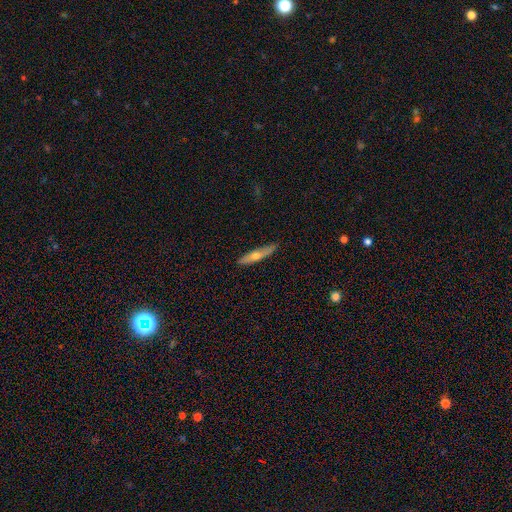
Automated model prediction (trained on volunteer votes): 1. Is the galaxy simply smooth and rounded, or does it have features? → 53% featured or disk, 41% smooth, 7% star or artifact.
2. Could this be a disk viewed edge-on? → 89% yes, 11% no.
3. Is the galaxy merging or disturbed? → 87% none, 10% minor disturbance, 2% major disturbance, 1% merger.